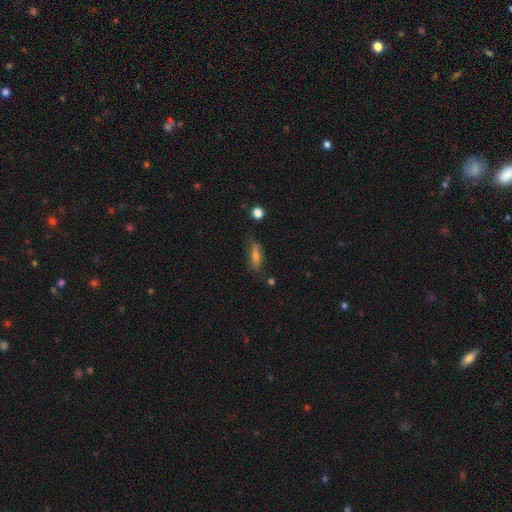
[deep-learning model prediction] smooth_or_featured: smooth (p=0.59) [alt: featured or disk p=0.31]
how_rounded: cigar-shaped (p=0.54) [alt: in between p=0.43]
merging: none (p=0.71) [alt: minor disturbance p=0.21]